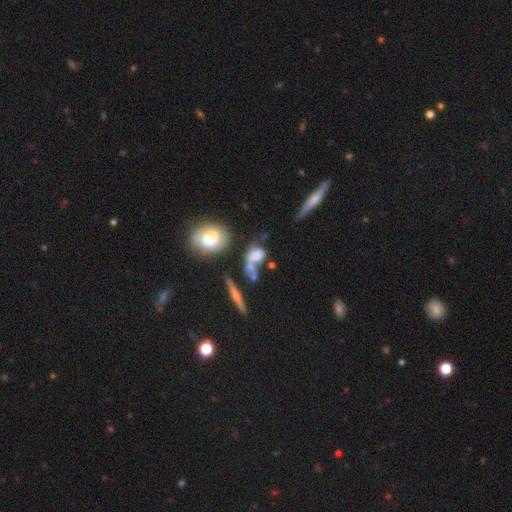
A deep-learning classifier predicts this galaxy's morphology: Smooth or featured?
  - smooth: 58% *
  - featured or disk: 30%
  - star or artifact: 13%
How rounded?
  - in between: 67% *
  - round: 29%
  - cigar-shaped: 4%
Merging?
  - merger: 34% *
  - none: 30%
  - minor disturbance: 18%
  - major disturbance: 18%